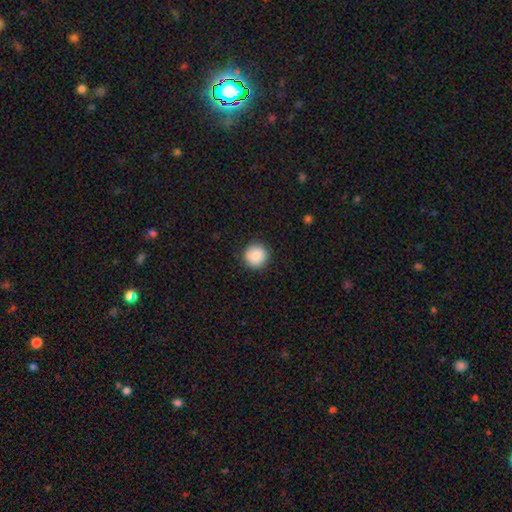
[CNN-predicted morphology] The model was most divided on "smooth or featured": smooth: 88%, star or artifact: 8%, featured or disk: 4%. More confident: how rounded — round (94%); merging — none (90%).